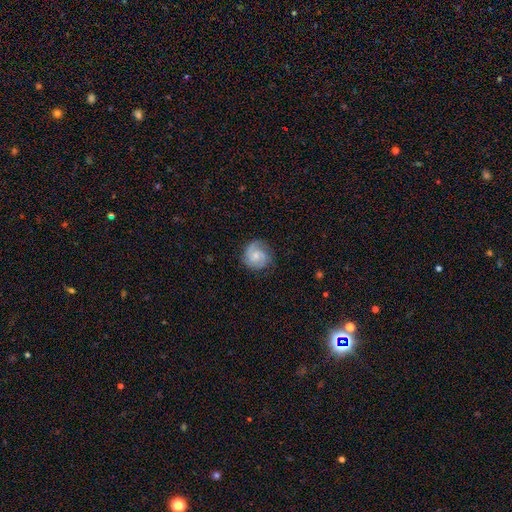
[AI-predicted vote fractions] smooth_or_featured: featured or disk (p=0.65) [alt: smooth p=0.29]
disk_edge_on: no (p=0.98) [alt: yes p=0.02]
bar: no (p=0.64) [alt: weak p=0.31]
has_spiral_arms: yes (p=0.94) [alt: no p=0.06]
spiral_winding: tight (p=0.46) [alt: medium p=0.41]
spiral_arm_count: 2 (p=0.54) [alt: 3 p=0.18]
bulge_size: small (p=0.54) [alt: moderate p=0.37]
merging: none (p=0.76) [alt: minor disturbance p=0.17]